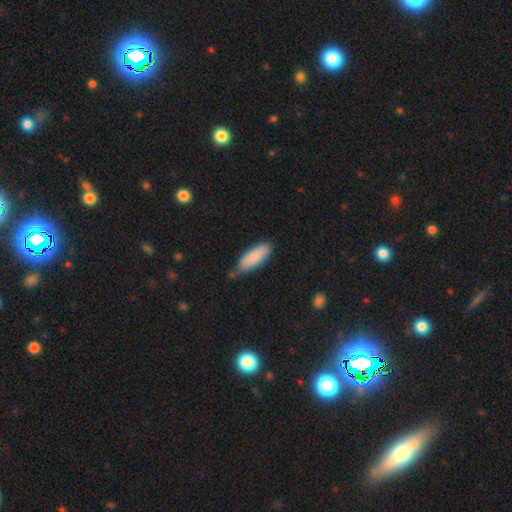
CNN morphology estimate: type=smooth (86%); roundness=in between (58%); merging=none (62%).